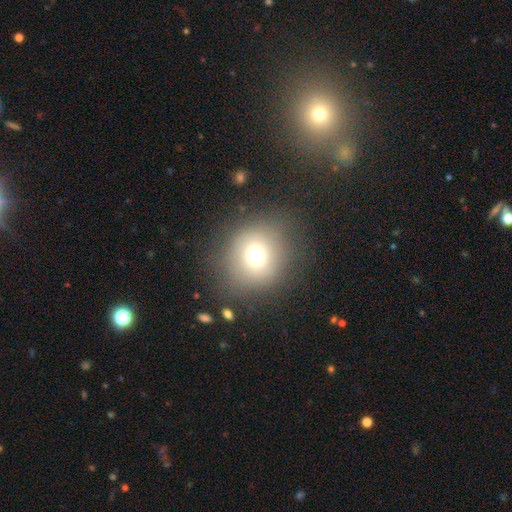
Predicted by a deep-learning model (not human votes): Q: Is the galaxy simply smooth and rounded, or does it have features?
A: smooth — 71%.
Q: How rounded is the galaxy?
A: round — 87%.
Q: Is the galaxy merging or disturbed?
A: none — 82%.